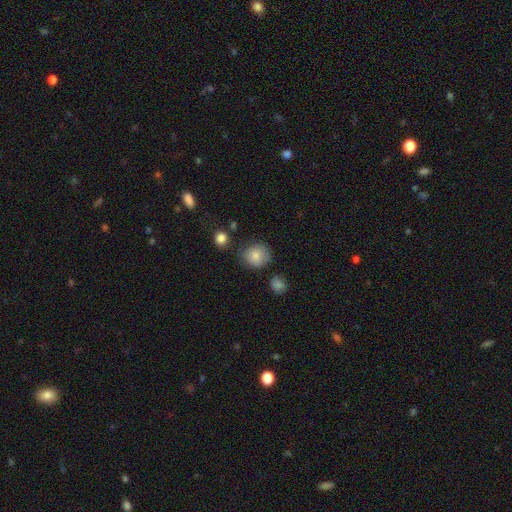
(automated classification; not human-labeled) Overall: smooth (83%). How rounded: round (82%). Merging: none (73%).